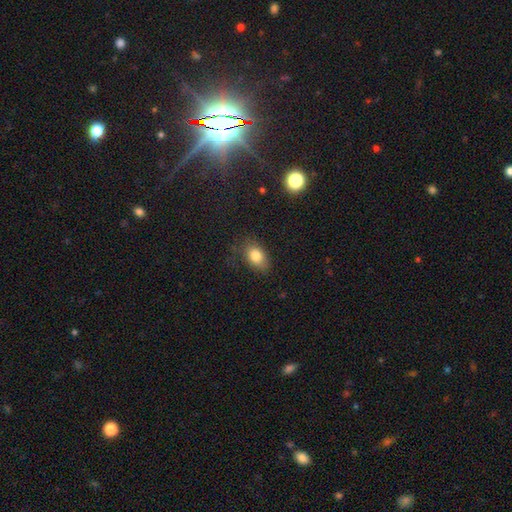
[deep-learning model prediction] This appears to be a smooth galaxy with no disk features (81%) that is in between round and cigar-shaped (85%). Merging: none (75%).